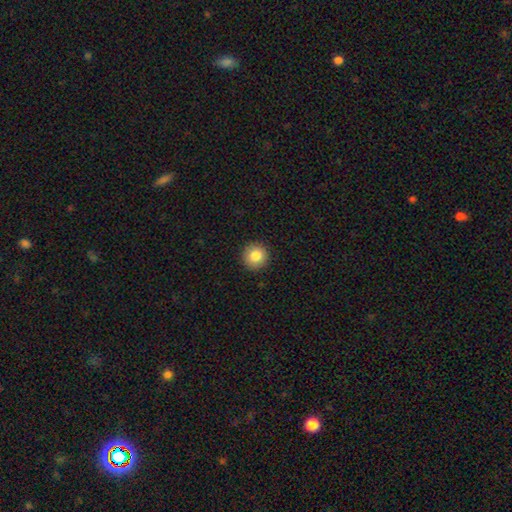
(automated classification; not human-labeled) A smooth galaxy with no disk features (84%) that is round (93%). Merging: none (92%).